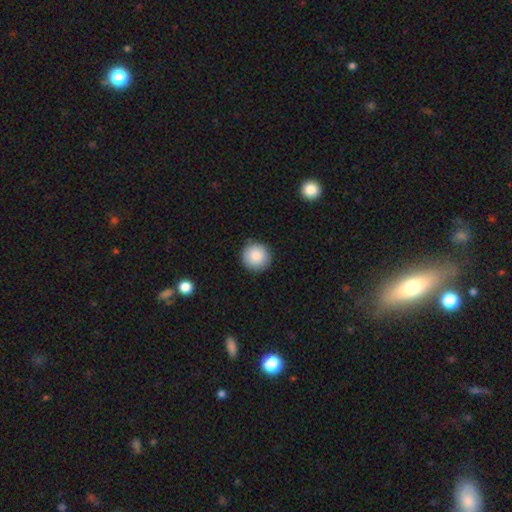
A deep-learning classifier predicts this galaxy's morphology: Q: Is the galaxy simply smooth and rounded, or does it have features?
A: smooth — 88%.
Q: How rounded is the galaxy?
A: round — 95%.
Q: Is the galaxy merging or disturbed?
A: none — 91%.